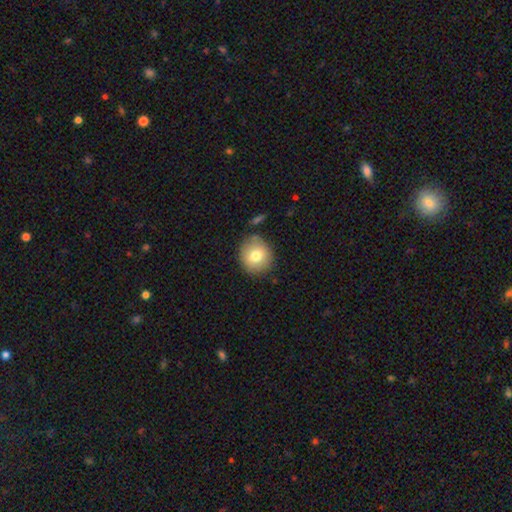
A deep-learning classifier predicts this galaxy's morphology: Q: Smooth or featured?
A: smooth (76%); runner-up: featured or disk (14%)
Q: How rounded?
A: round (89%); runner-up: in between (10%)
Q: Merging?
A: none (82%); runner-up: minor disturbance (11%)